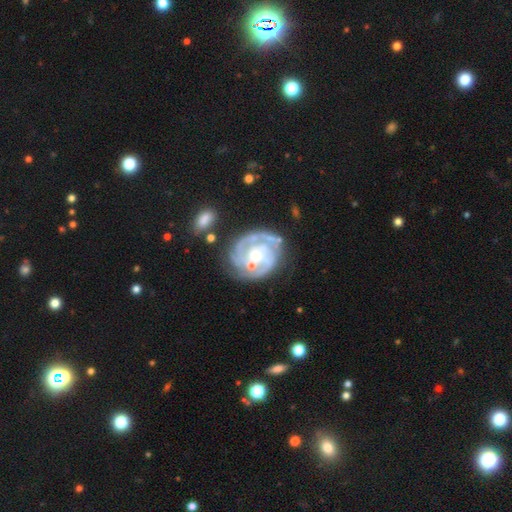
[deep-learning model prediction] smooth_or_featured: featured or disk (p=0.90) [alt: smooth p=0.06]
disk_edge_on: no (p=0.98) [alt: yes p=0.02]
bar: no (p=0.65) [alt: weak p=0.26]
has_spiral_arms: yes (p=0.97) [alt: no p=0.03]
spiral_winding: tight (p=0.68) [alt: medium p=0.27]
spiral_arm_count: 2 (p=0.40) [alt: 3 p=0.31]
bulge_size: small (p=0.52) [alt: moderate p=0.44]
merging: none (p=0.68) [alt: minor disturbance p=0.18]